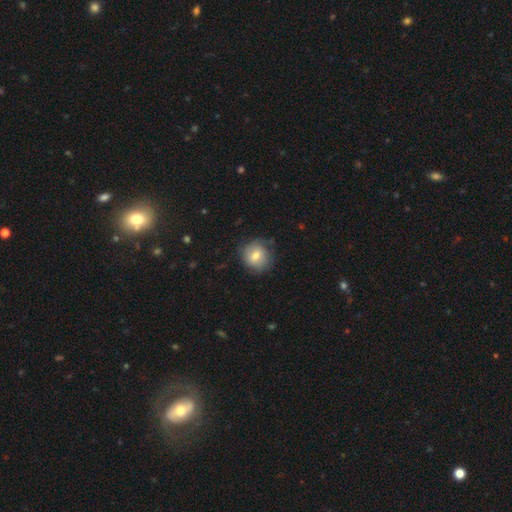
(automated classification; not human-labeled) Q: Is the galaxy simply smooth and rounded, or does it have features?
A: smooth — 72%.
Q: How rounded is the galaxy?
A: round — 86%.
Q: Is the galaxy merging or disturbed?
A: none — 73%.